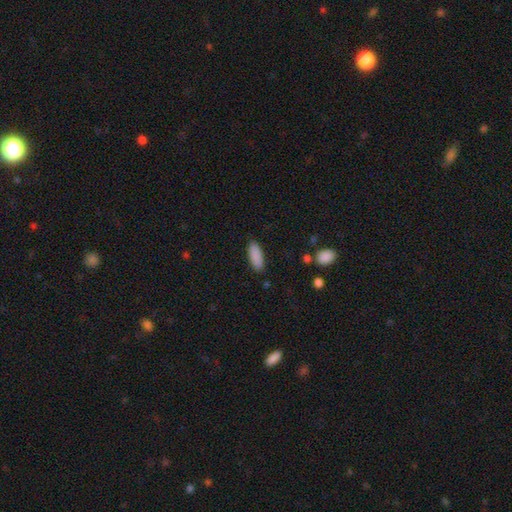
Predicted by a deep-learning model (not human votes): Smooth or featured? smooth (89%)
How rounded? in between (71%)
Merging? none (88%)